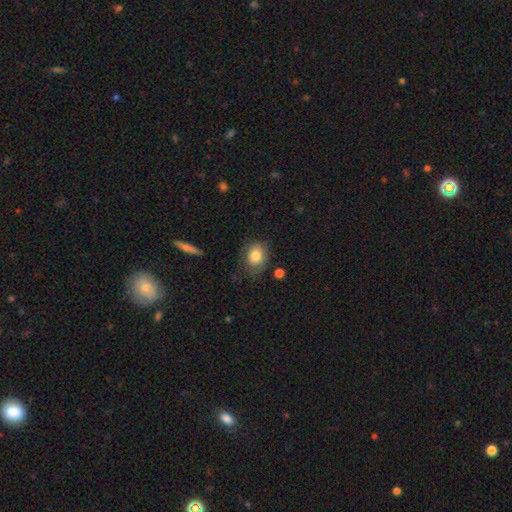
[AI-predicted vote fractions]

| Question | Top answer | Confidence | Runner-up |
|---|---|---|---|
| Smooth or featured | smooth | 80% | featured or disk (12%) |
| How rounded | in between | 54% | round (45%) |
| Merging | none | 67% | minor disturbance (23%) |